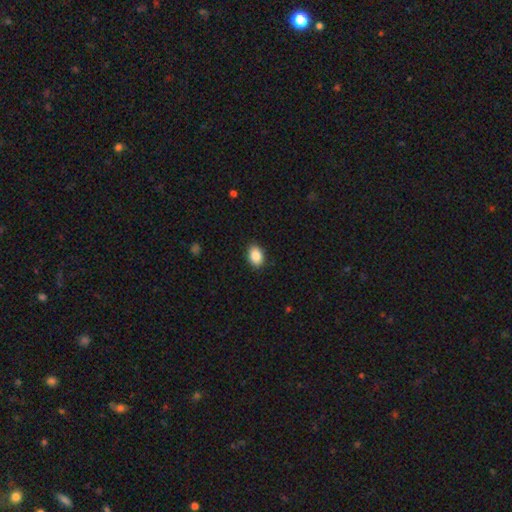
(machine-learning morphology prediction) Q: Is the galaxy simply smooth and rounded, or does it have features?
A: smooth — 88%.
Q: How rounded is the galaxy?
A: in between — 82%.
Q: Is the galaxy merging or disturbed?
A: none — 88%.